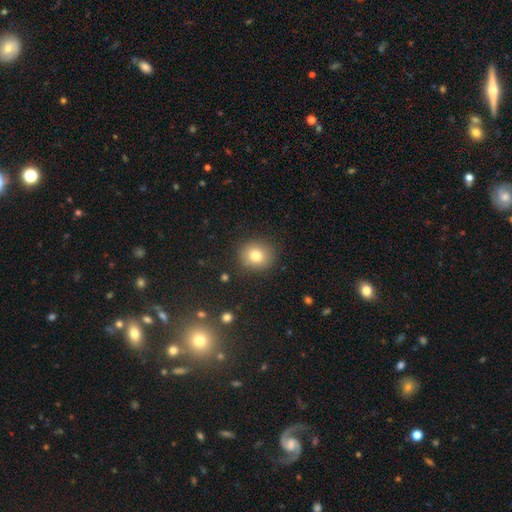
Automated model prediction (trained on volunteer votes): Q: Smooth or featured?
A: smooth (78%); runner-up: star or artifact (11%)
Q: How rounded?
A: round (83%); runner-up: in between (16%)
Q: Merging?
A: none (87%); runner-up: minor disturbance (8%)